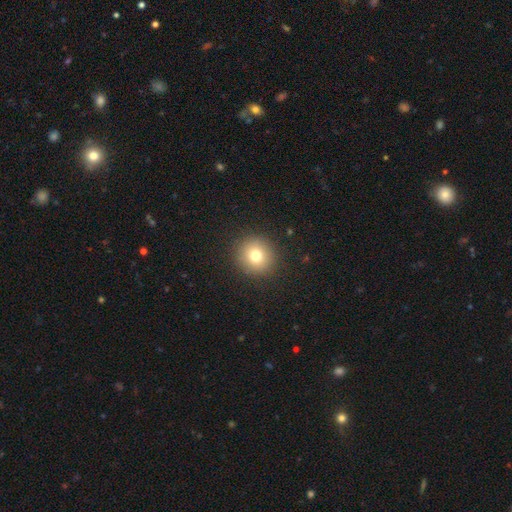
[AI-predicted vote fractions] Q: Smooth or featured?
A: smooth (76%); runner-up: star or artifact (13%)
Q: How rounded?
A: round (92%); runner-up: in between (7%)
Q: Merging?
A: none (91%); runner-up: minor disturbance (6%)